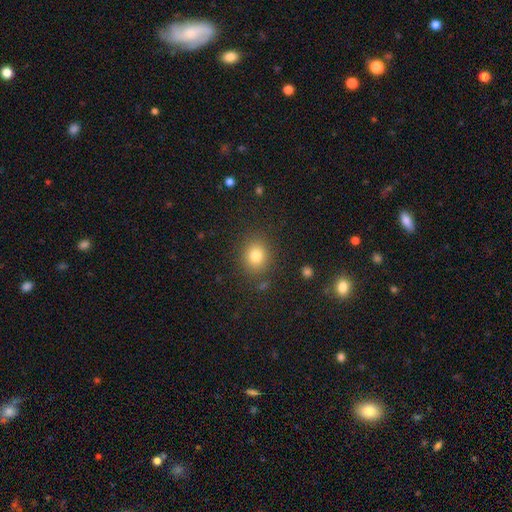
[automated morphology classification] smooth-or-featured: smooth: 80% | star or artifact: 12% | featured or disk: 8%
  how-rounded: round: 65% | in between: 34% | cigar-shaped: 1%
  merging: none: 85% | minor disturbance: 9% | major disturbance: 4% | merger: 2%